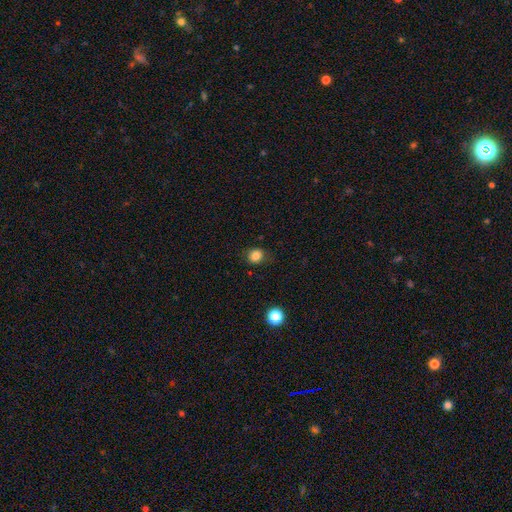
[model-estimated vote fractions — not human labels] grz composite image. It shows a smooth galaxy with no disk features (84%) that is round (73%). Merging: none (81%).